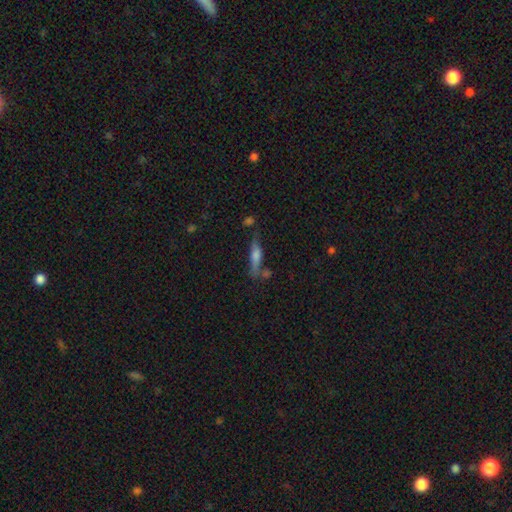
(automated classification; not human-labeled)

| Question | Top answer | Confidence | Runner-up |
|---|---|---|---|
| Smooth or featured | smooth | 50% | featured or disk (41%) |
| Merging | none | 61% | minor disturbance (19%) |